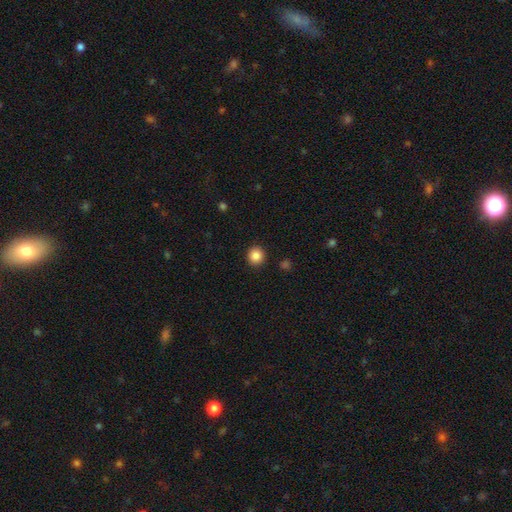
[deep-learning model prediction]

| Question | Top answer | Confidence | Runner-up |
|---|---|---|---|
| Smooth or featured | smooth | 86% | star or artifact (10%) |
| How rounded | round | 92% | in between (7%) |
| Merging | none | 92% | minor disturbance (5%) |